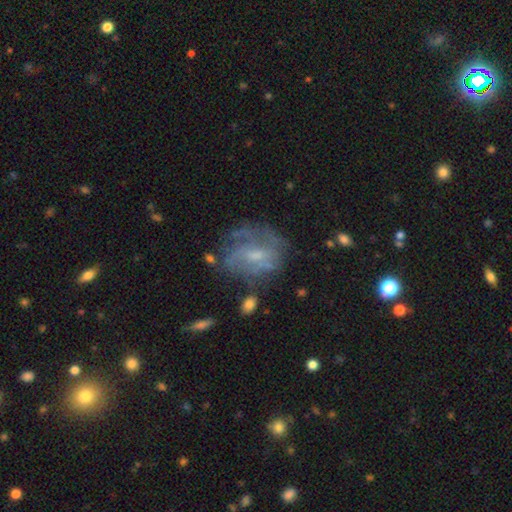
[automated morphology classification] type=featured or disk (65%); edge-on=no (97%); bar=no (47%); spiral arms=yes (66%); bulge=small (53%); merging=none (55%).